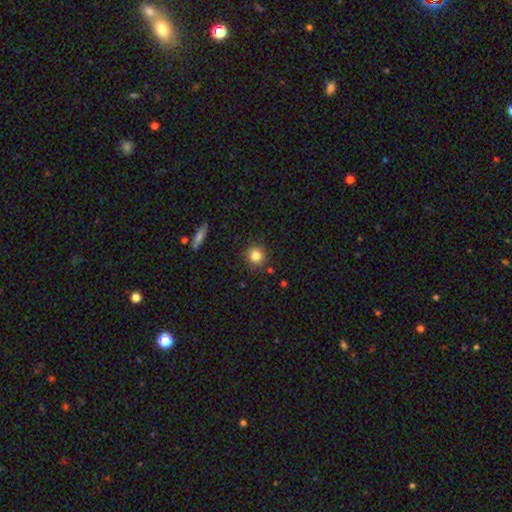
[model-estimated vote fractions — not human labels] The model was most divided on "smooth or featured": smooth: 83%, star or artifact: 11%, featured or disk: 6%. More confident: how rounded — round (92%); merging — none (88%).